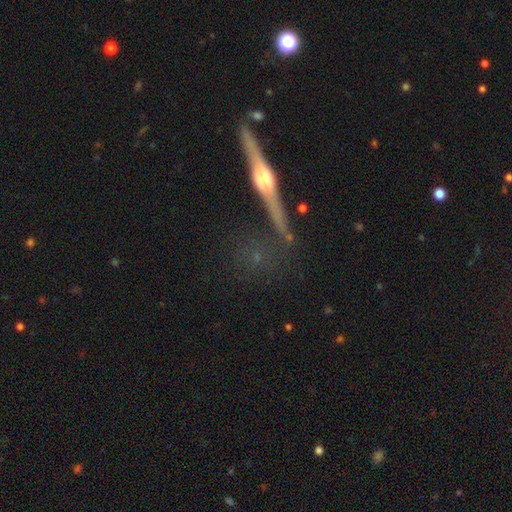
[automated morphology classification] This appears to be a featured or disk galaxy (70%) viewed edge-on (91%) with a rounded central bulge (90%). Merging: none (72%).